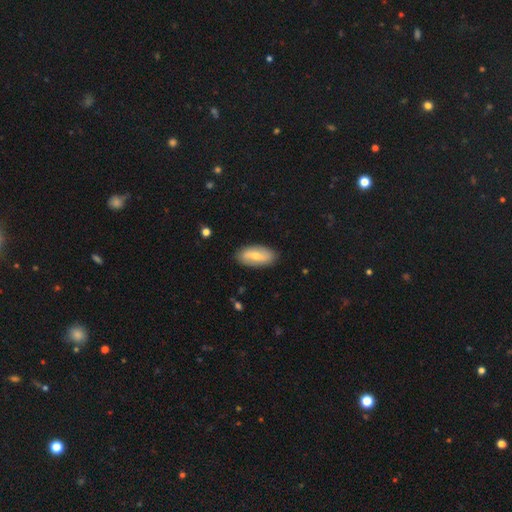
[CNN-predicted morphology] Smooth or featured? smooth (54%)
How rounded? in between (89%)
Merging? none (87%)